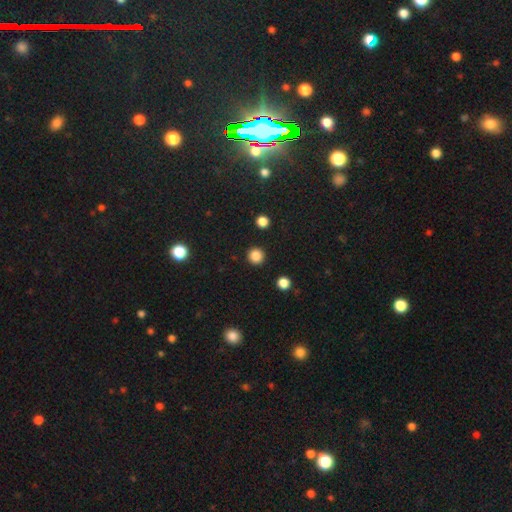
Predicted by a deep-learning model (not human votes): Morphology: type=smooth (86%); roundness=round (95%); merging=none (92%).